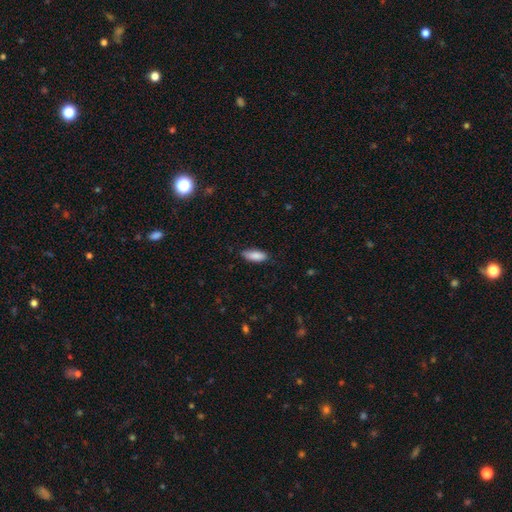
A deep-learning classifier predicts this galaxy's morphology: A smooth galaxy with no disk features (88%) that is in between round and cigar-shaped (77%). Merging: none (82%).